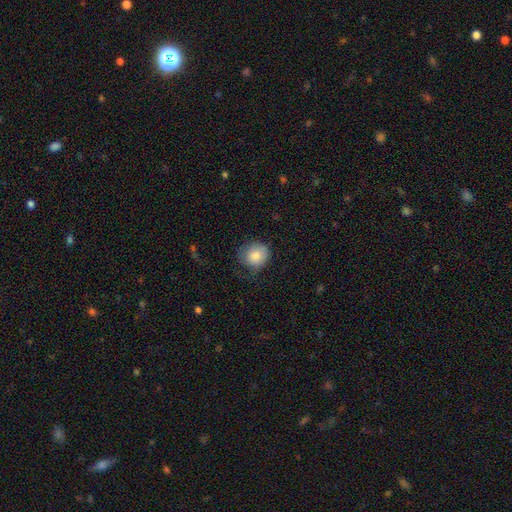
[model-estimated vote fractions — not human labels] Smooth or featured? Predicted: smooth (p=0.81). How rounded? Predicted: round (p=0.81). Merging? Predicted: none (p=0.58).